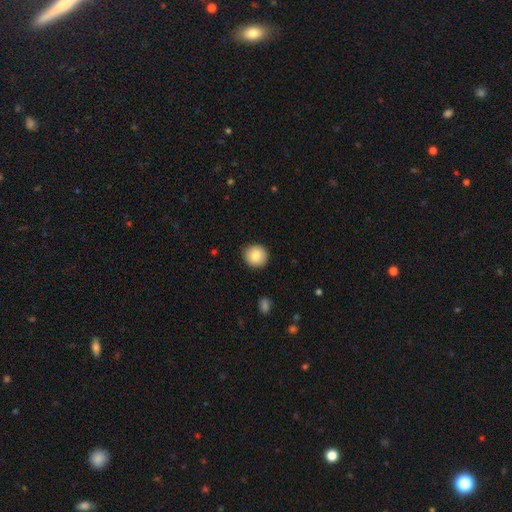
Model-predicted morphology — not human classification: Smooth or featured? smooth (85%)
How rounded? round (92%)
Merging? none (91%)